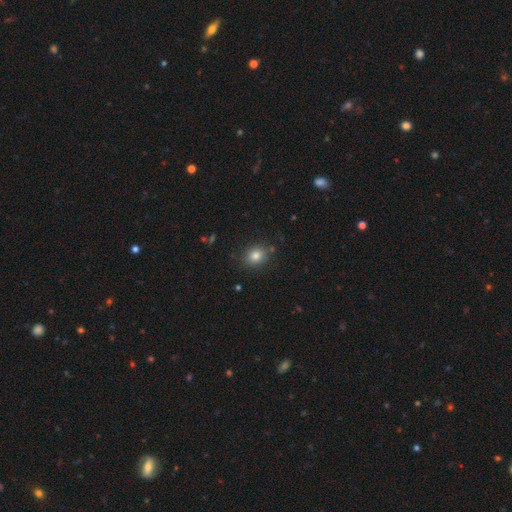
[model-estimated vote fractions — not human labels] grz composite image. It shows a smooth galaxy with no disk features (81%) that is round (66%). Merging: none (84%).